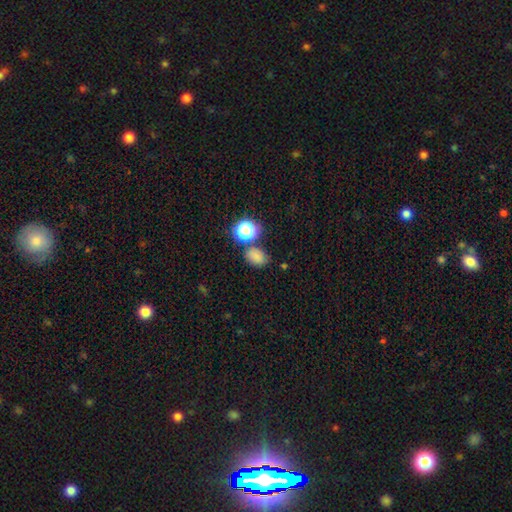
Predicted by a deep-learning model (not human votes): Smooth or featured: smooth — 74% (star or artifact — 20%)
How rounded: in between — 61% (round — 37%)
Merging: none — 69% (minor disturbance — 15%)